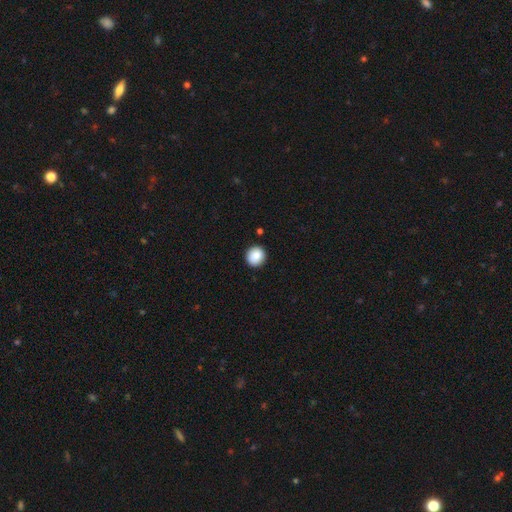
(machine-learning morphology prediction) Smooth or featured? Predicted: smooth (p=0.88). How rounded? Predicted: round (p=0.91). Merging? Predicted: none (p=0.91).